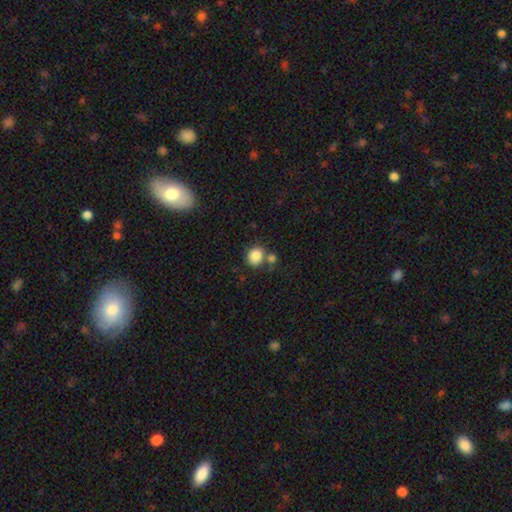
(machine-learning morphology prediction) smooth_or_featured: smooth (p=0.85) [alt: star or artifact p=0.10]
how_rounded: round (p=0.79) [alt: in between p=0.20]
merging: none (p=0.60) [alt: merger p=0.23]